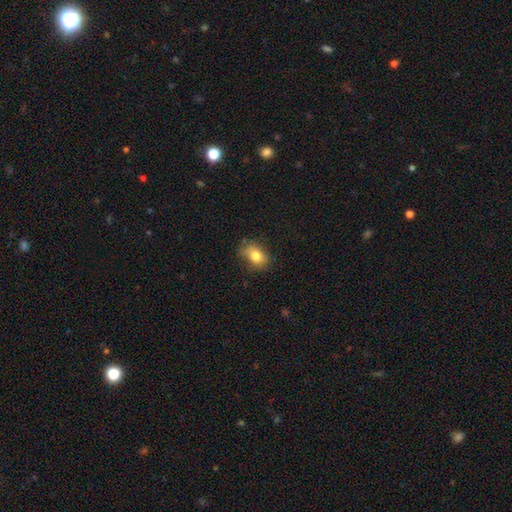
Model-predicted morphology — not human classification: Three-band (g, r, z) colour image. It shows a smooth galaxy with no disk features (80%) that is in between round and cigar-shaped (76%). Merging: none (65%).